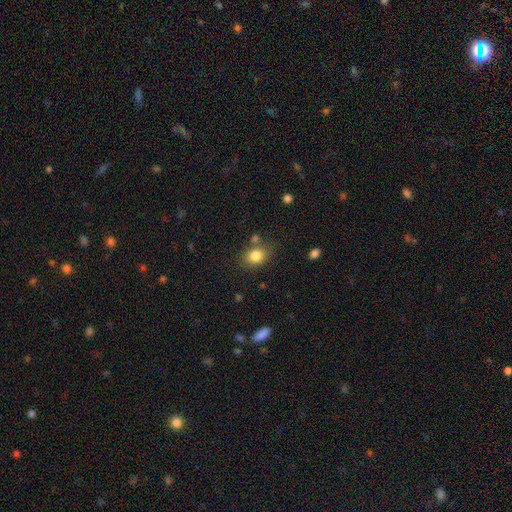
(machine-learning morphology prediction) A smooth galaxy with no disk features (82%) that is in between round and cigar-shaped (56%). Merging: none (72%).